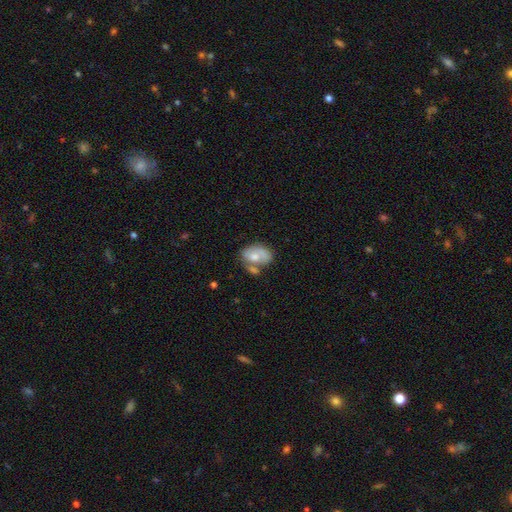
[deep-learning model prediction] A smooth galaxy with no disk features (59%) that is in between round and cigar-shaped (80%). Merging: none (36%).